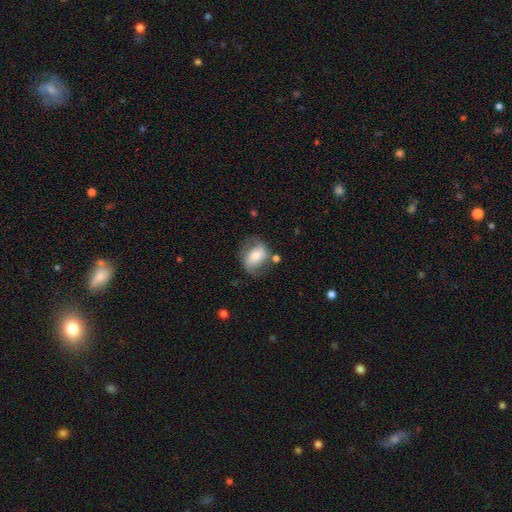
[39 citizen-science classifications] A smooth galaxy with no disk features (46%, tied with featured or disk) that is in between round and cigar-shaped (89%). Merging: none (69%).